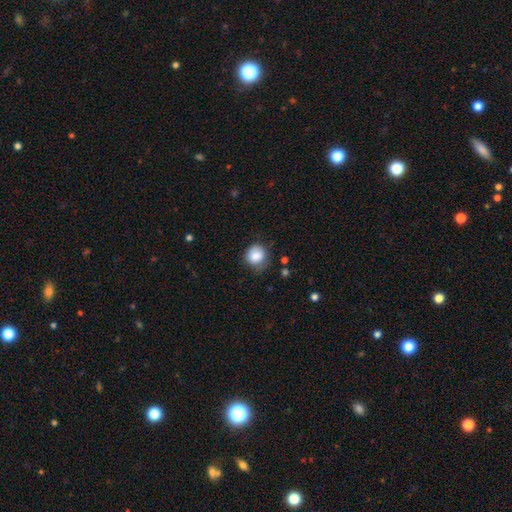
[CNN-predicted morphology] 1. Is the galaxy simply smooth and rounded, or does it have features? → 84% smooth, 9% star or artifact, 7% featured or disk.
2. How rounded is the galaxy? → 84% round, 15% in between, 1% cigar-shaped.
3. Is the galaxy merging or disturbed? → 67% none, 24% minor disturbance, 7% major disturbance, 2% merger.